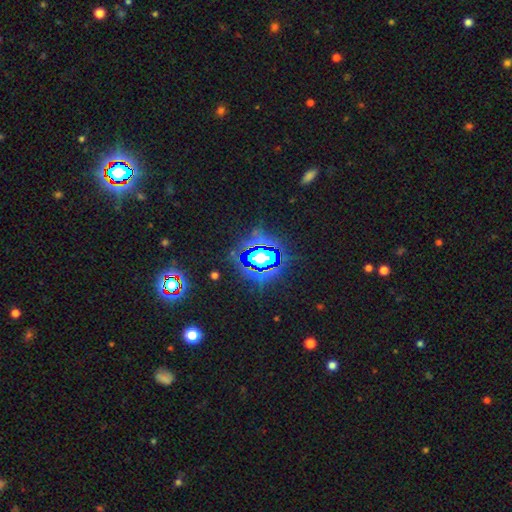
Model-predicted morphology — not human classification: A star or artifact, not a galaxy (79%).